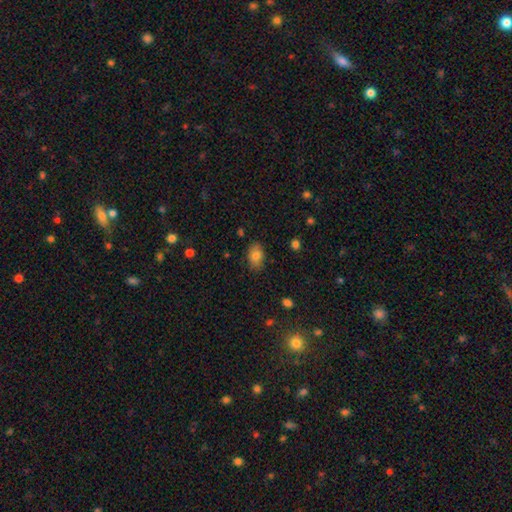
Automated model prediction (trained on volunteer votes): Smooth or featured? Predicted: smooth (p=0.81). How rounded? Predicted: in between (p=0.86). Merging? Predicted: none (p=0.83).